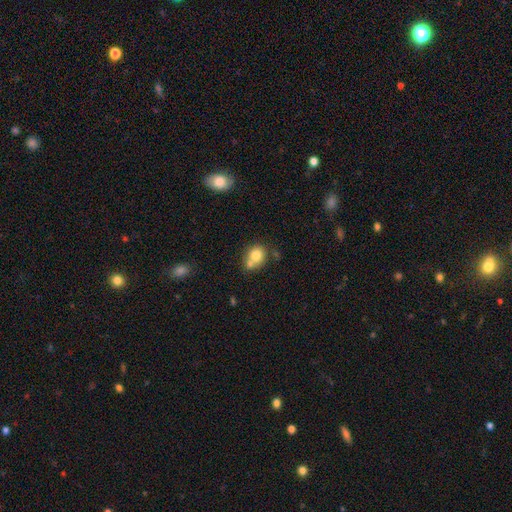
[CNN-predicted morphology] Smooth or featured? Predicted: smooth (p=0.77). How rounded? Predicted: round (p=0.69). Merging? Predicted: none (p=0.45).